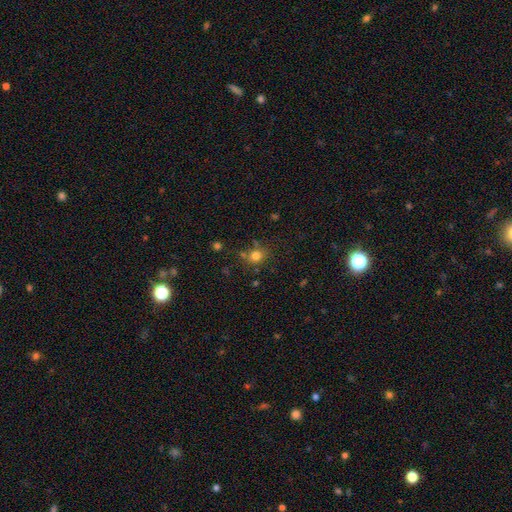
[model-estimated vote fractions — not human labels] The model was most divided on "merging": none: 73%, minor disturbance: 13%, merger: 9%, major disturbance: 5%. More confident: how rounded — round (79%); smooth or featured — smooth (78%).